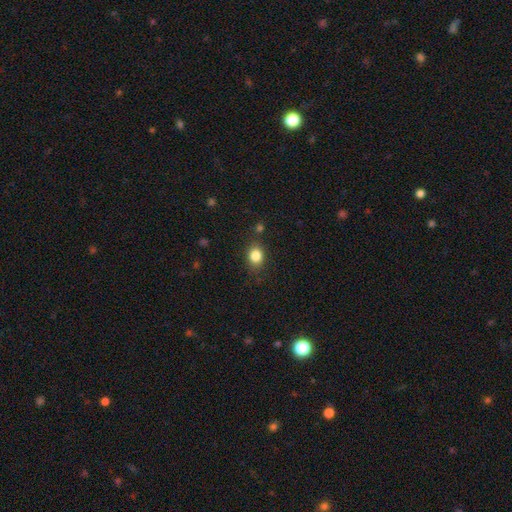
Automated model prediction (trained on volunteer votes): A smooth galaxy with no disk features (84%) that is in between round and cigar-shaped (52%).

Vote fractions:
- Smooth or featured? smooth: 84% / star or artifact: 10% / featured or disk: 6%
- How rounded? in between: 52% / round: 47% / cigar-shaped: 1%
- Merging? none: 81% / minor disturbance: 13% / major disturbance: 3% / merger: 3%